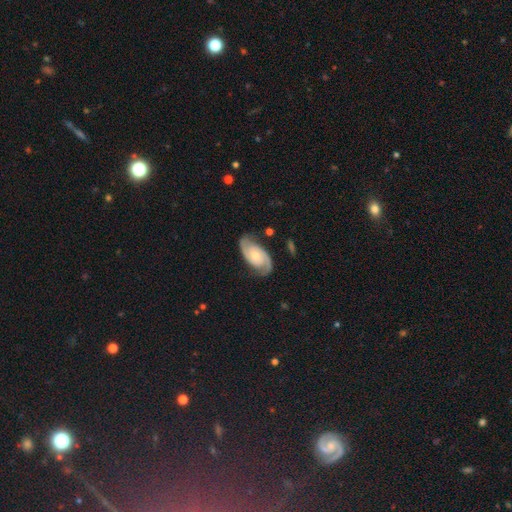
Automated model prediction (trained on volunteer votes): Smooth or featured? featured or disk (86%)
Edge-on disk? no (97%)
Bar? no (68%)
Spiral arms? yes (97%)
Spiral winding? tight (45%)
Spiral arm count? 2 (91%)
Bulge size? small (51%)
Merging? none (80%)